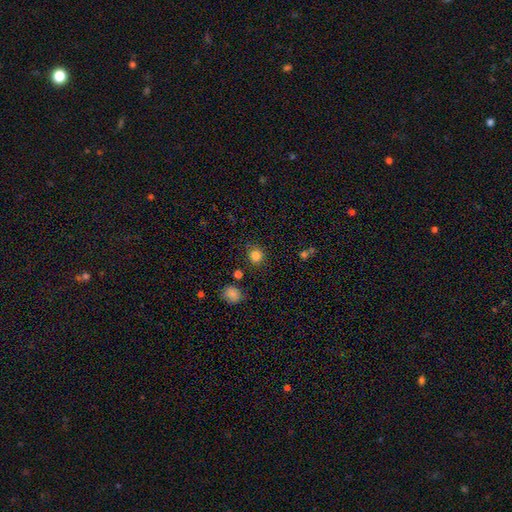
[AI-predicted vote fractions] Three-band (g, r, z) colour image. It shows a smooth galaxy with no disk features (83%) that is round (88%). Merging: none (84%).